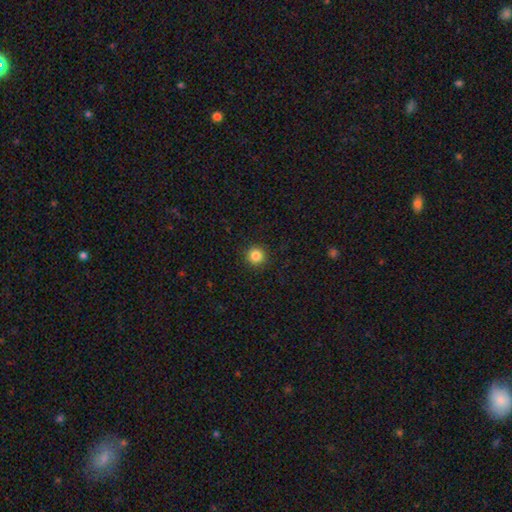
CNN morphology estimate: Smooth or featured? smooth (85%)
How rounded? round (96%)
Merging? none (93%)